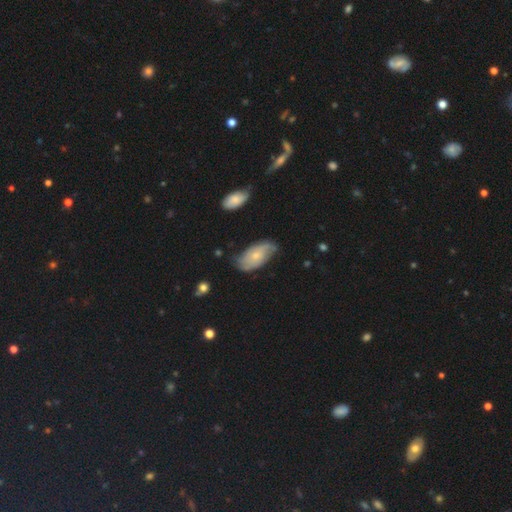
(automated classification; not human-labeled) smooth_or_featured: featured or disk (p=0.55) [alt: smooth p=0.38]
disk_edge_on: no (p=0.93) [alt: yes p=0.07]
bar: no (p=0.78) [alt: weak p=0.19]
has_spiral_arms: yes (p=0.82) [alt: no p=0.18]
bulge_size: small (p=0.64) [alt: moderate p=0.31]
merging: none (p=0.61) [alt: minor disturbance p=0.28]